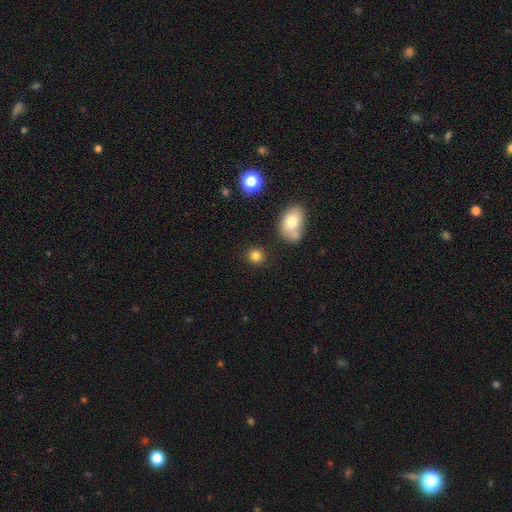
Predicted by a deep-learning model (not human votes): smooth 82%, star or artifact 12%, featured or disk 6%. Down the decision tree: how rounded — round (83%); merging — none (85%).